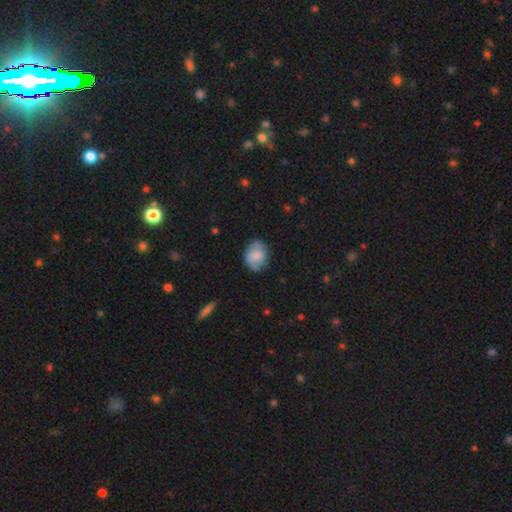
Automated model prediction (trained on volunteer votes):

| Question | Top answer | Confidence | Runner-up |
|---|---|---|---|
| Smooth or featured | smooth | 69% | featured or disk (24%) |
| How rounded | in between | 55% | round (44%) |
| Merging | none | 68% | minor disturbance (24%) |